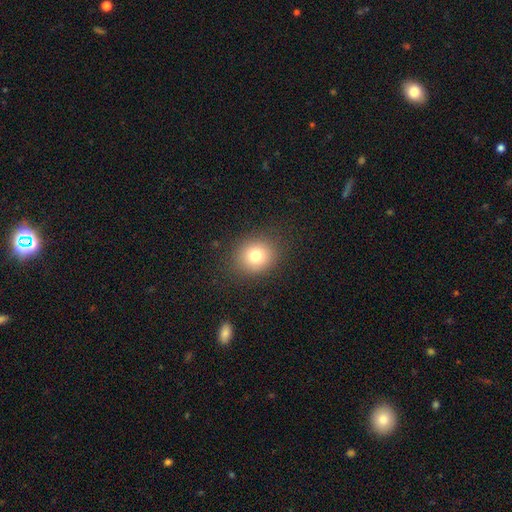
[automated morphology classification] smooth 78%, star or artifact 13%, featured or disk 9%. Down the decision tree: how rounded — round (78%); merging — none (88%).